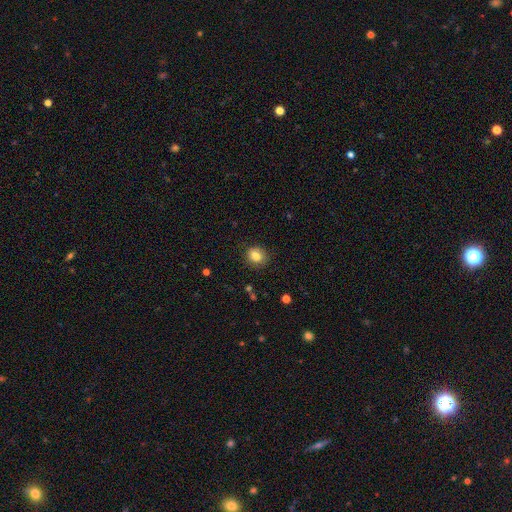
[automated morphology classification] type=smooth (82%); roundness=round (55%); merging=none (81%).